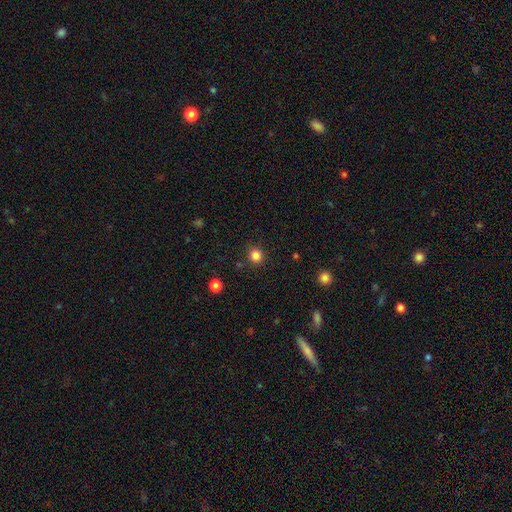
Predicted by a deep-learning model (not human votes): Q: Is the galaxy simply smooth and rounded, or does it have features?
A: smooth — 83%.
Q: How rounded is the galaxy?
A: round — 89%.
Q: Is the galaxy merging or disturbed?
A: none — 87%.